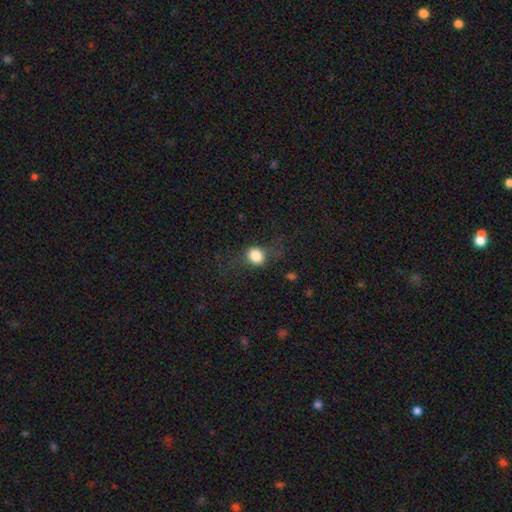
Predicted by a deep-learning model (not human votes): smooth 81%, star or artifact 10%, featured or disk 9%. Down the decision tree: how rounded — round (68%); merging — none (67%).